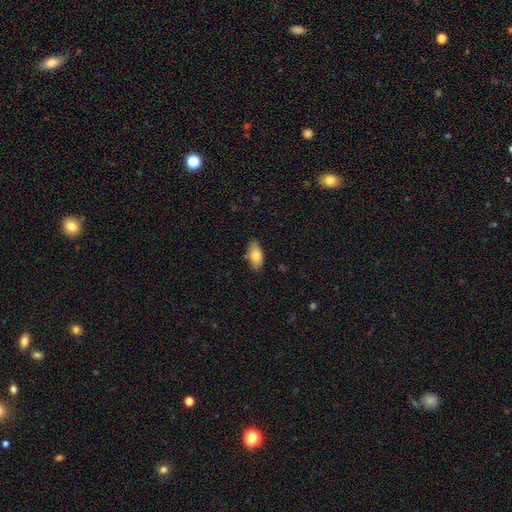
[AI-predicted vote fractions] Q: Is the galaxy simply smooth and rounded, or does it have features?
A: smooth — 81%.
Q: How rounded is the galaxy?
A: in between — 90%.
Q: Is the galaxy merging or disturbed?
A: none — 74%.